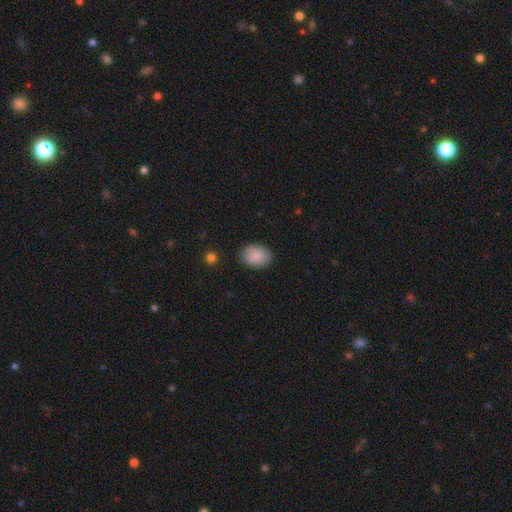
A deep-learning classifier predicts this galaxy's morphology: smooth-or-featured: smooth: 88% | star or artifact: 7% | featured or disk: 6%
  how-rounded: in between: 72% | round: 27% | cigar-shaped: 1%
  merging: none: 83% | minor disturbance: 13% | major disturbance: 3% | merger: 1%